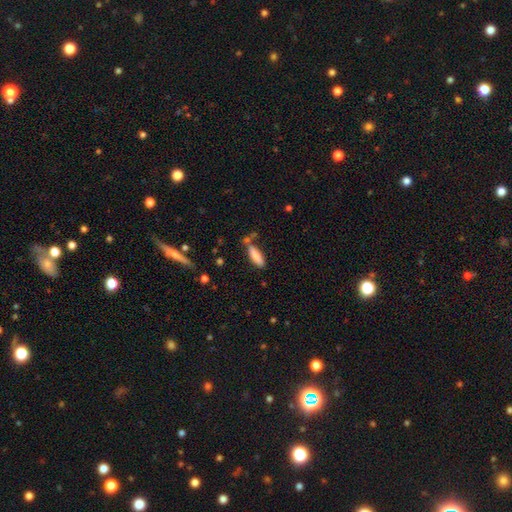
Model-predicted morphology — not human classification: This appears to be a smooth galaxy with no disk features (84%) that is cigar-shaped (51%). Merging: none (67%).